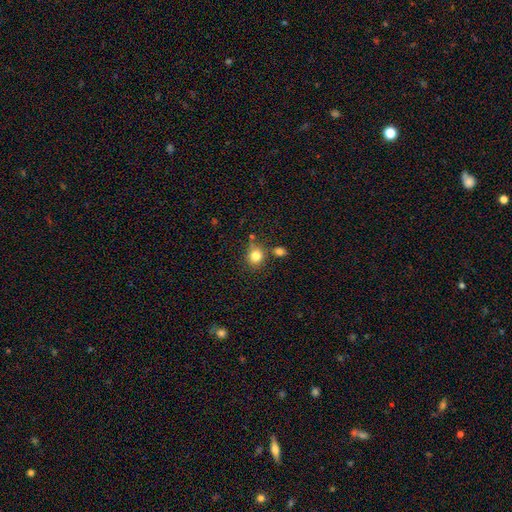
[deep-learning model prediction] Overall: smooth (81%). How rounded: round (81%). Merging: none (70%).